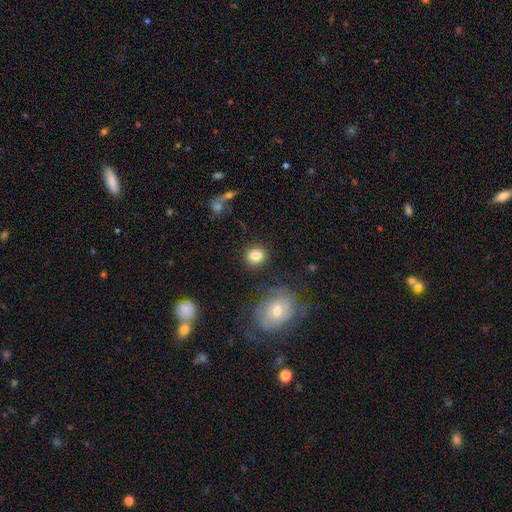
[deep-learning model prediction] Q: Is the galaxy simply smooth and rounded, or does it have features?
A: smooth — 84%.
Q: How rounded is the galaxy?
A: round — 70%.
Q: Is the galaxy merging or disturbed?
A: none — 85%.